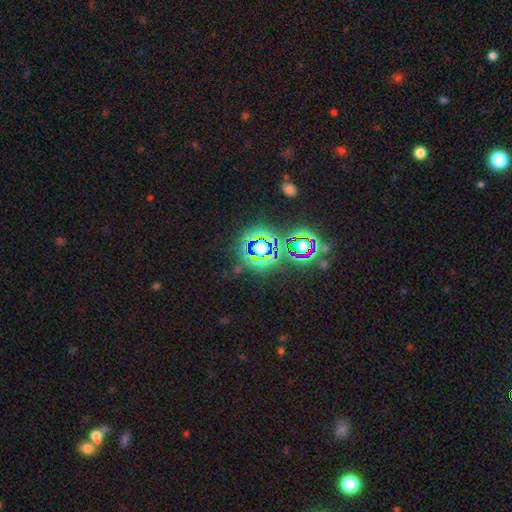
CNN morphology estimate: smooth-or-featured: star or artifact: 73% | smooth: 19% | featured or disk: 8%